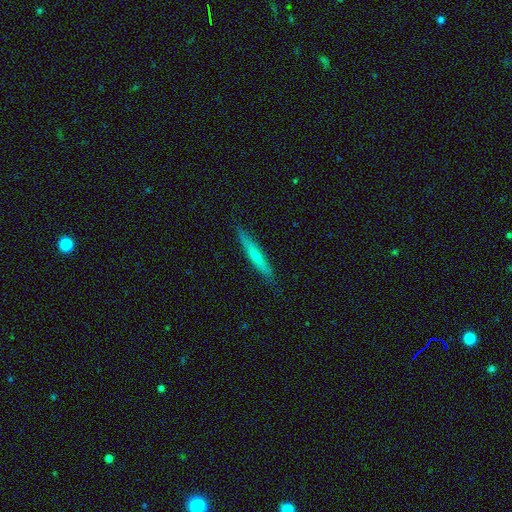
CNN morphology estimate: A smooth galaxy with no disk features (48%). Merging: none (88%).